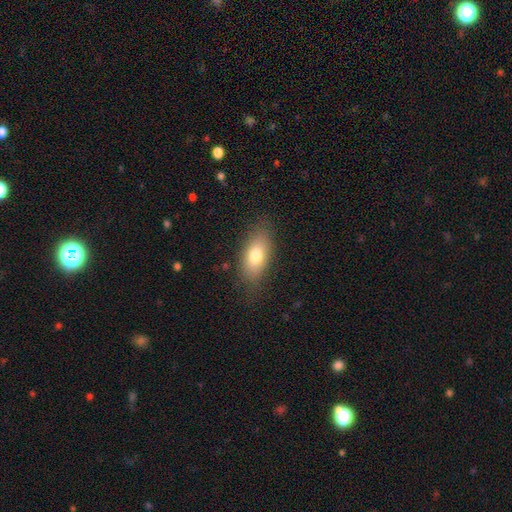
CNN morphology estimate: A smooth galaxy with no disk features (75%) that is in between round and cigar-shaped (85%).

Vote fractions:
- Smooth or featured? smooth: 75% / featured or disk: 16% / star or artifact: 8%
- How rounded? in between: 85% / cigar-shaped: 9% / round: 6%
- Merging? none: 81% / minor disturbance: 14% / major disturbance: 4% / merger: 1%